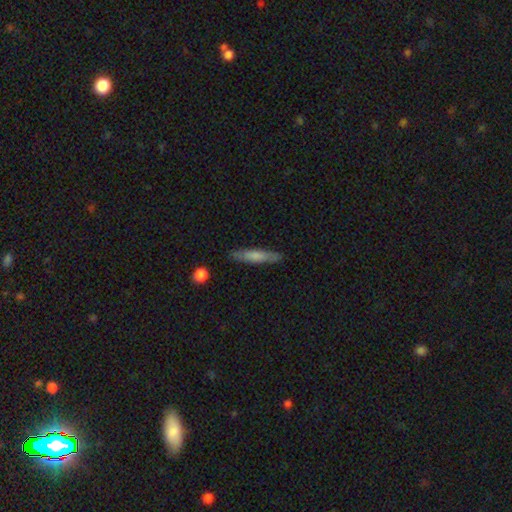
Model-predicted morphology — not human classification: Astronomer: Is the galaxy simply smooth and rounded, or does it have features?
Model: smooth — 64%.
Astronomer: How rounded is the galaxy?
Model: cigar-shaped — 86%.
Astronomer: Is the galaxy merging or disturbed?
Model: none — 84%.